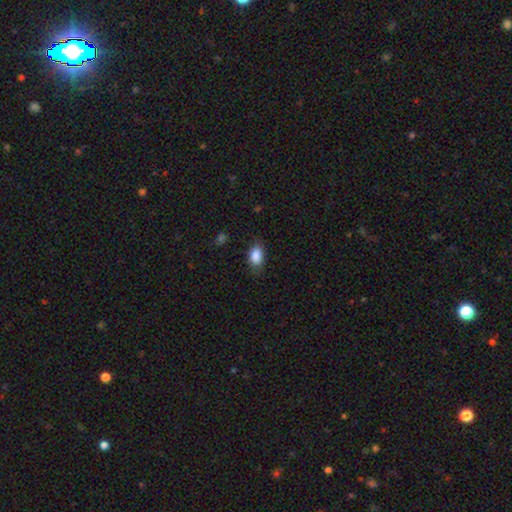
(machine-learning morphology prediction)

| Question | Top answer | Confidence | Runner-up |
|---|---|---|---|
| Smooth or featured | smooth | 87% | star or artifact (8%) |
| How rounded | in between | 88% | round (10%) |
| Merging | none | 78% | minor disturbance (17%) |